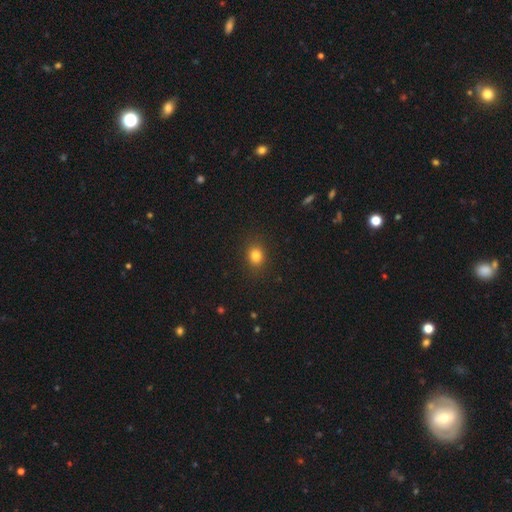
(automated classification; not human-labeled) Smooth or featured? Predicted: smooth (p=0.81). How rounded? Predicted: round (p=0.66). Merging? Predicted: none (p=0.89).